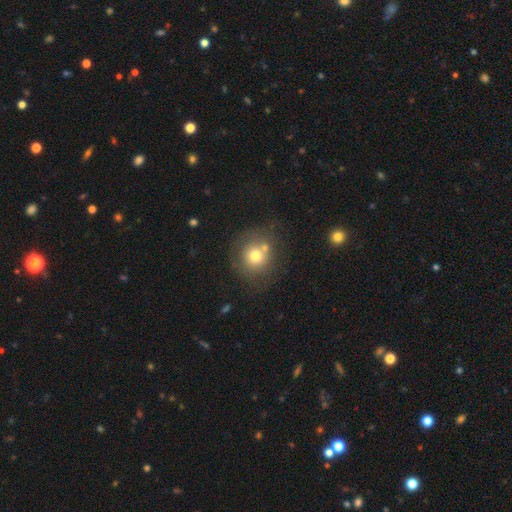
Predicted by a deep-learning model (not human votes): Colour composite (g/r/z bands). It shows a smooth galaxy with no disk features (71%) that is round (89%). Merging: none (65%).